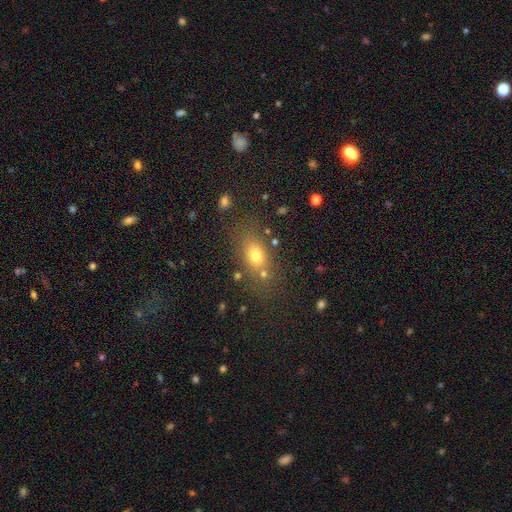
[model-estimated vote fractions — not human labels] The model was most divided on "how rounded": in between: 66%, round: 29%, cigar-shaped: 5%. More confident: merging — none (72%); smooth or featured — smooth (69%).